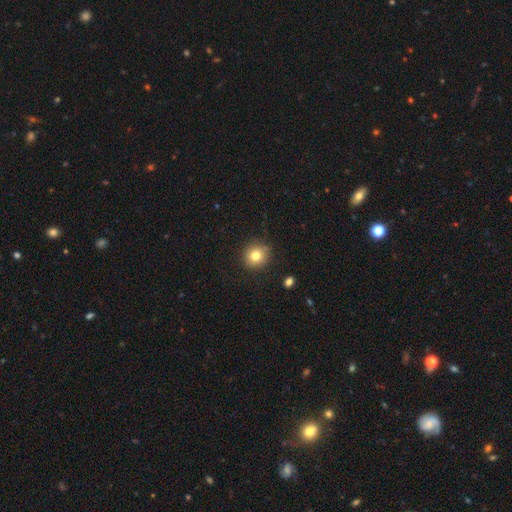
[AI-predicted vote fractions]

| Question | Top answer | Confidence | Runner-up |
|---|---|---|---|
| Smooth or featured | smooth | 79% | star or artifact (12%) |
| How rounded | round | 93% | in between (6%) |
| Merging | none | 89% | minor disturbance (8%) |